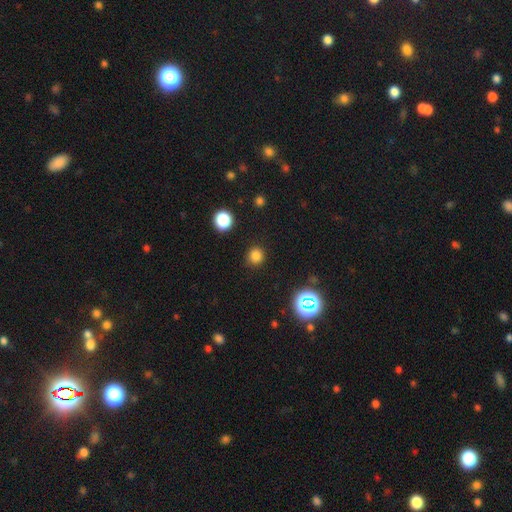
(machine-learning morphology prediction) smooth 80%, star or artifact 16%, featured or disk 4%. Down the decision tree: how rounded — round (89%); merging — none (88%).